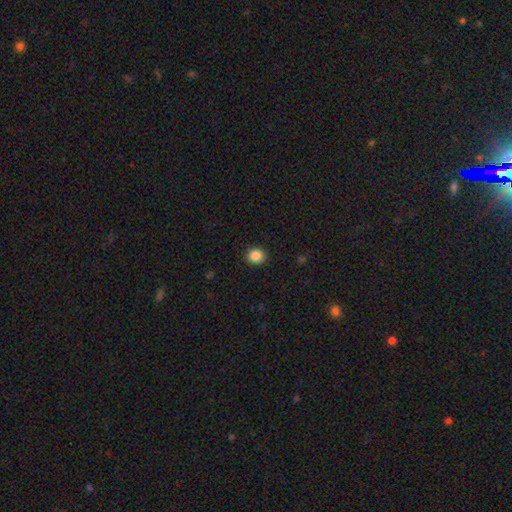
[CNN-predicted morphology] This appears to be a smooth galaxy with no disk features (87%) that is round (70%). Merging: none (91%).